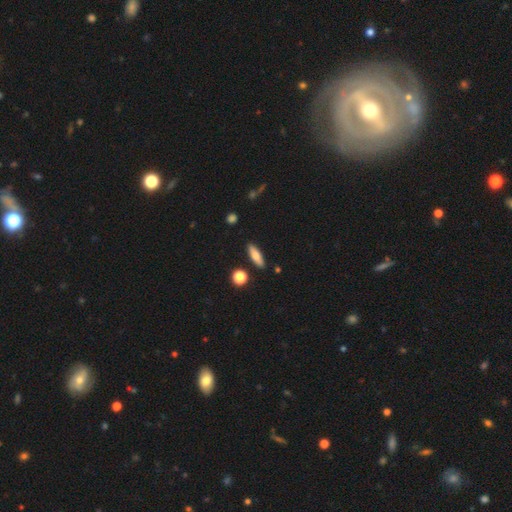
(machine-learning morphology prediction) Smooth or featured: smooth — 67% (featured or disk — 26%)
How rounded: cigar-shaped — 52% (in between — 45%)
Merging: none — 87% (minor disturbance — 8%)